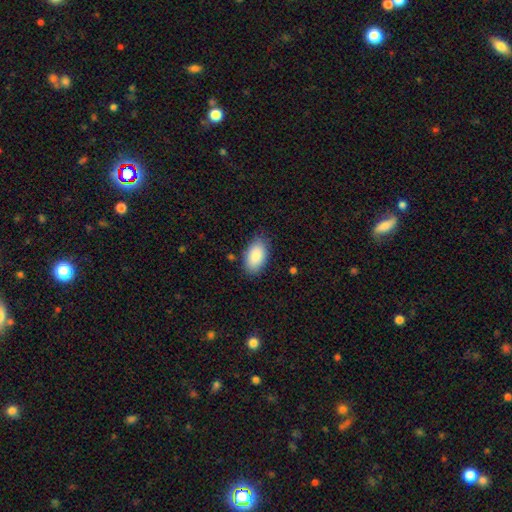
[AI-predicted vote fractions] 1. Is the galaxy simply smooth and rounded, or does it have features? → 88% smooth, 6% star or artifact, 5% featured or disk.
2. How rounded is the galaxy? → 94% in between, 4% round, 2% cigar-shaped.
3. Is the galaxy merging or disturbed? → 81% none, 14% minor disturbance, 3% major disturbance, 1% merger.